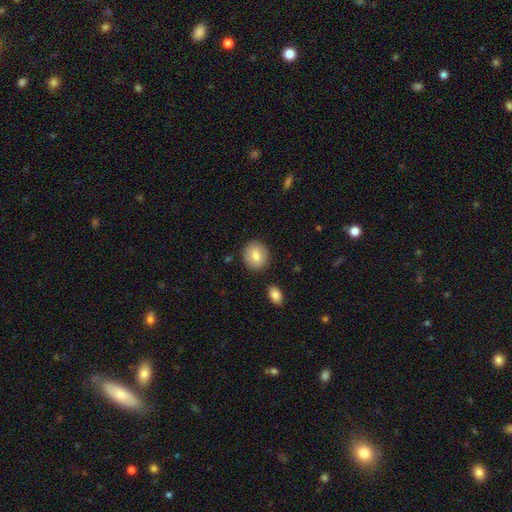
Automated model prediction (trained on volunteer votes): Overall: smooth (80%). How rounded: round (78%). Merging: none (86%).